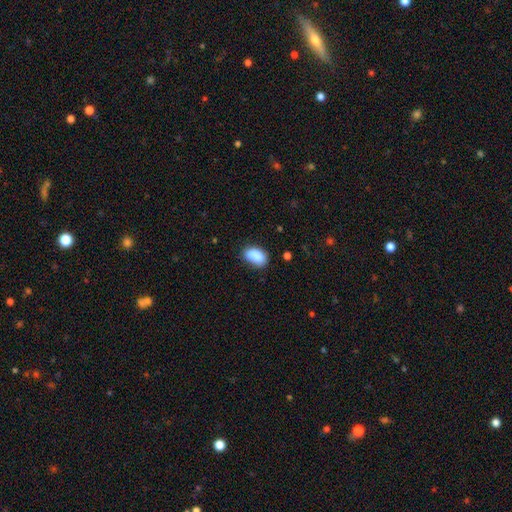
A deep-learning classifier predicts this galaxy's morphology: Smooth or featured: smooth — 85% (star or artifact — 8%)
How rounded: in between — 89% (round — 9%)
Merging: none — 63% (minor disturbance — 24%)